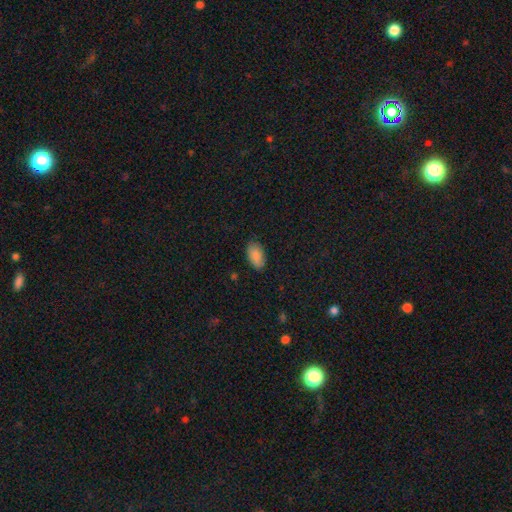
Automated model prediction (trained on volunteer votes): smooth 88%, star or artifact 7%, featured or disk 5%. Down the decision tree: how rounded — in between (95%); merging — none (86%).